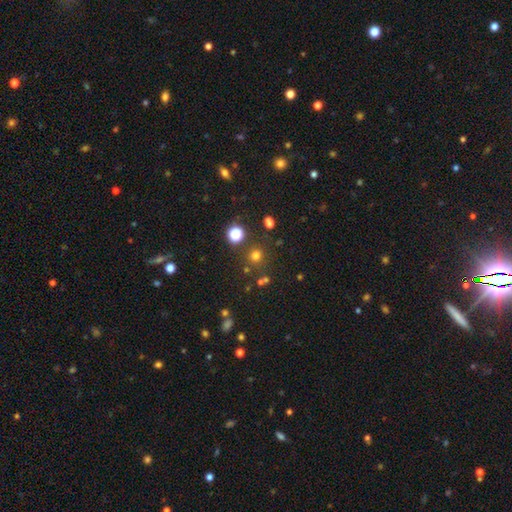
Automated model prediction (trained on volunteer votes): Smooth or featured: smooth — 69% (star or artifact — 25%)
How rounded: round — 92% (in between — 7%)
Merging: none — 81% (minor disturbance — 8%)